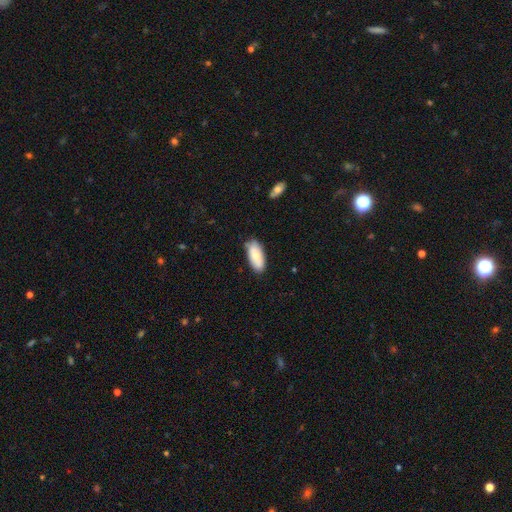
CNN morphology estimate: The model was most divided on "smooth or featured": smooth: 75%, featured or disk: 19%, star or artifact: 6%. More confident: how rounded — in between (88%); merging — none (79%).